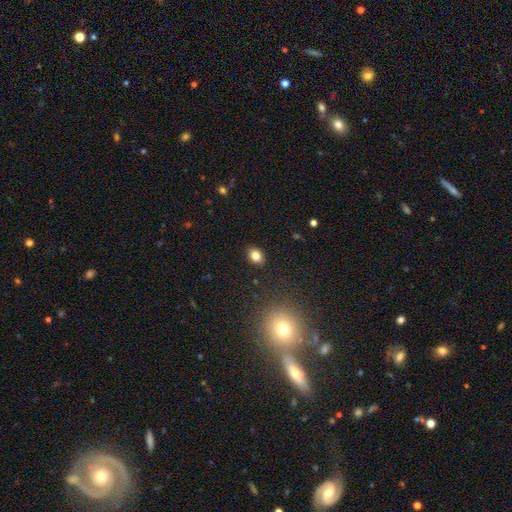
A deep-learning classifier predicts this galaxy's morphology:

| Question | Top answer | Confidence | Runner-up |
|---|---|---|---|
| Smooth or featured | smooth | 81% | star or artifact (12%) |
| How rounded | in between | 53% | round (46%) |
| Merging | none | 89% | minor disturbance (8%) |